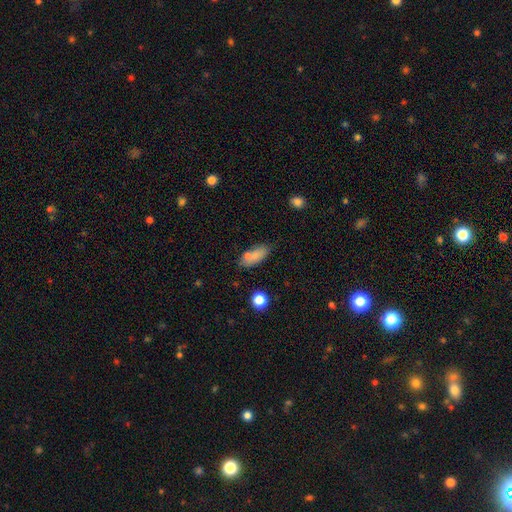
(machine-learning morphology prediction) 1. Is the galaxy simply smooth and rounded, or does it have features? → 78% smooth, 12% featured or disk, 9% star or artifact.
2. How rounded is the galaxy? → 80% in between, 16% cigar-shaped, 4% round.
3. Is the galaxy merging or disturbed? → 67% none, 16% minor disturbance, 13% merger, 5% major disturbance.